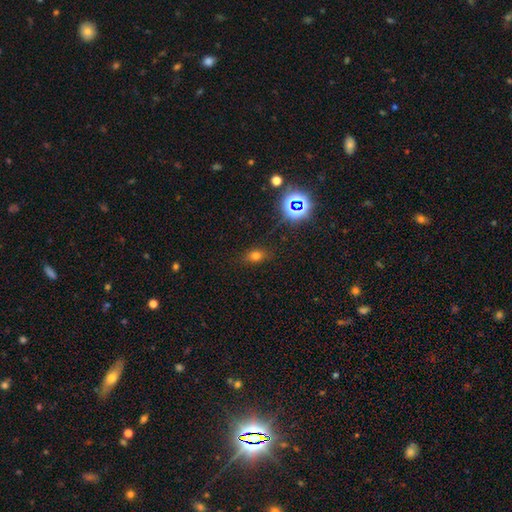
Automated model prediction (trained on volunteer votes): Smooth or featured? Predicted: smooth (p=0.65). How rounded? Predicted: in between (p=0.69). Merging? Predicted: none (p=0.82).